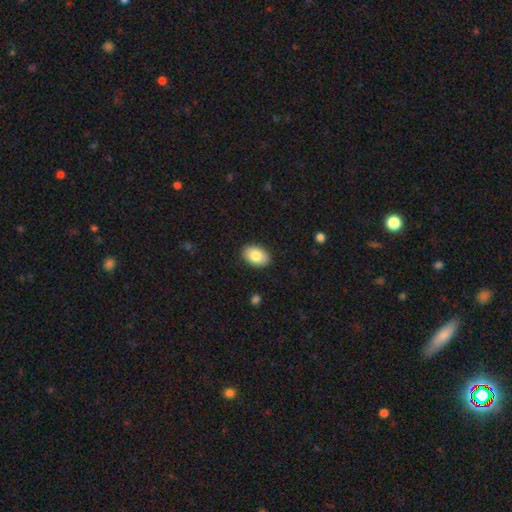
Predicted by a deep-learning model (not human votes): Smooth or featured?
  - smooth: 83% *
  - featured or disk: 10%
  - star or artifact: 7%
How rounded?
  - in between: 85% *
  - round: 14%
  - cigar-shaped: 1%
Merging?
  - none: 89% *
  - minor disturbance: 8%
  - major disturbance: 2%
  - merger: 1%